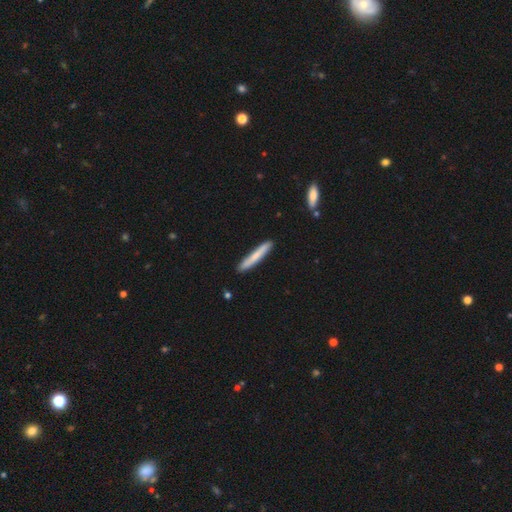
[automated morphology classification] A smooth galaxy with no disk features (70%) that is cigar-shaped (95%). Merging: none (89%).